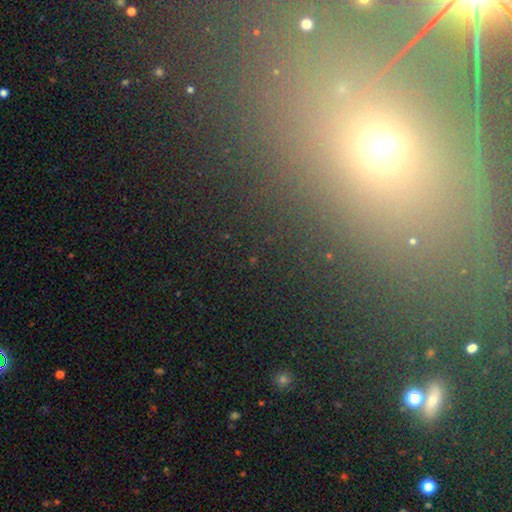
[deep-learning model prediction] This appears to be a star or artifact, not a galaxy (58%).